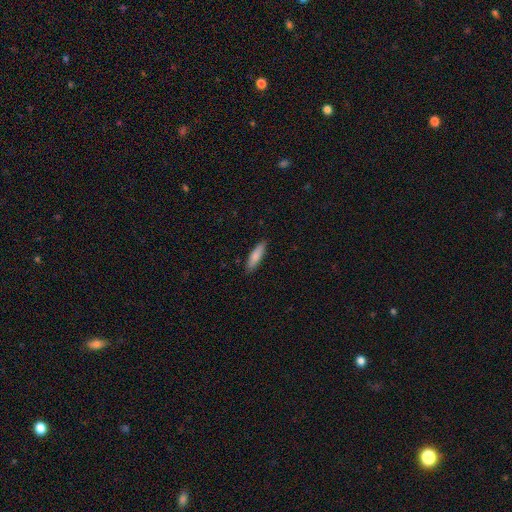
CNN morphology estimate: Smooth or featured? Predicted: smooth (p=0.82). How rounded? Predicted: cigar-shaped (p=0.68). Merging? Predicted: none (p=0.89).